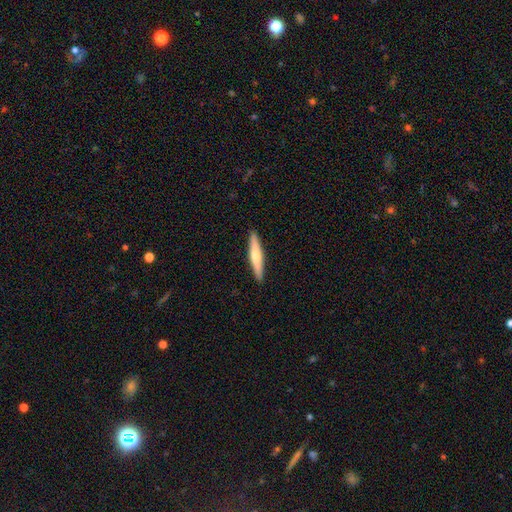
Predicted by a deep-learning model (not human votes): This appears to be a smooth galaxy with no disk features (57%) that is cigar-shaped (91%). Merging: none (91%).